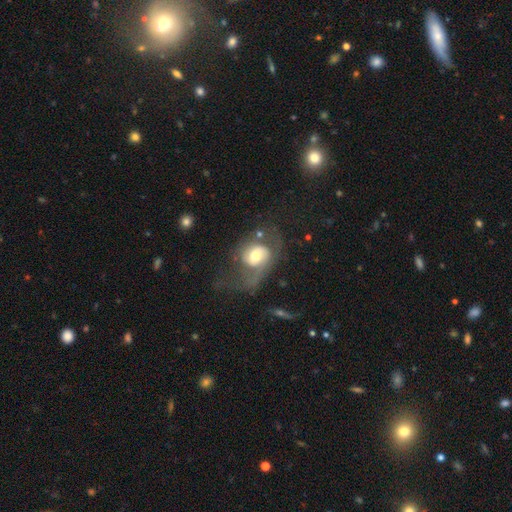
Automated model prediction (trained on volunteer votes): Q: Smooth or featured?
A: featured or disk (51%); runner-up: smooth (41%)
Q: Edge-on disk?
A: no (96%); runner-up: yes (4%)
Q: Merging?
A: major disturbance (48%); runner-up: none (27%)